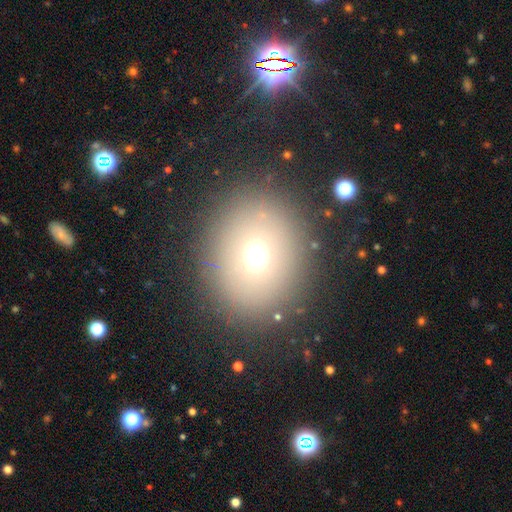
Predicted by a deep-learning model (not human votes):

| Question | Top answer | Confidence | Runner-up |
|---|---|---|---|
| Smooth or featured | smooth | 67% | star or artifact (19%) |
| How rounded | round | 64% | in between (35%) |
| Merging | none | 85% | minor disturbance (8%) |